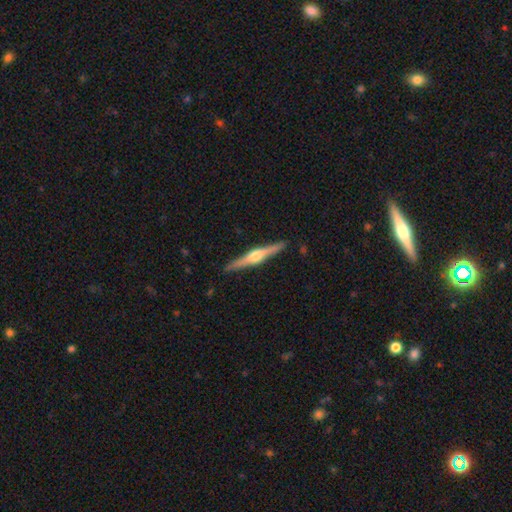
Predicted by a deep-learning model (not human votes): Smooth or featured? Predicted: featured or disk (p=0.77). Edge-on disk? Predicted: yes (p=0.98). Edge-on bulge? Predicted: rounded (p=0.92). Merging? Predicted: none (p=0.91).